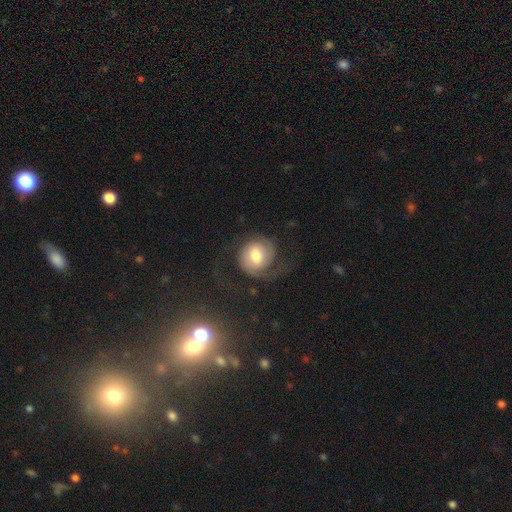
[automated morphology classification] featured or disk 63%, smooth 29%, star or artifact 8%. Down the decision tree: edge-on disk — no (97%); bar — no (46%); spiral arms — yes (90%); spiral arm count — 2 (70%); spiral winding — medium (39%); bulge size — moderate (60%); merging — none (59%).